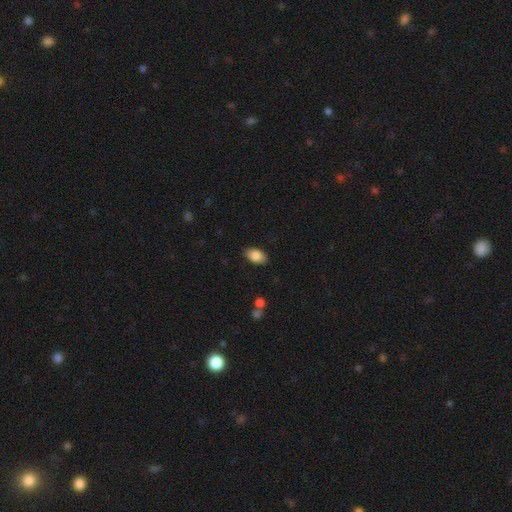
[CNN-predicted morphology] smooth-or-featured: smooth: 85% | featured or disk: 8% | star or artifact: 7%
  how-rounded: in between: 92% | round: 6% | cigar-shaped: 2%
  merging: none: 87% | minor disturbance: 9% | major disturbance: 2% | merger: 1%